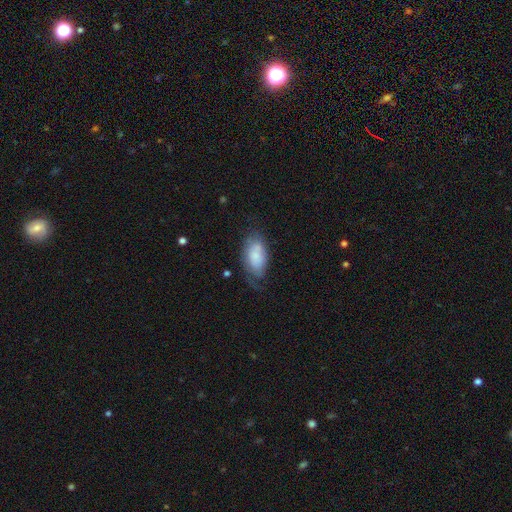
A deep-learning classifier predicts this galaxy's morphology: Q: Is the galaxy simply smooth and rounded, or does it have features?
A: smooth — 68%.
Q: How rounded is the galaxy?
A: in between — 93%.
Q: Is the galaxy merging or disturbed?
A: none — 47%.